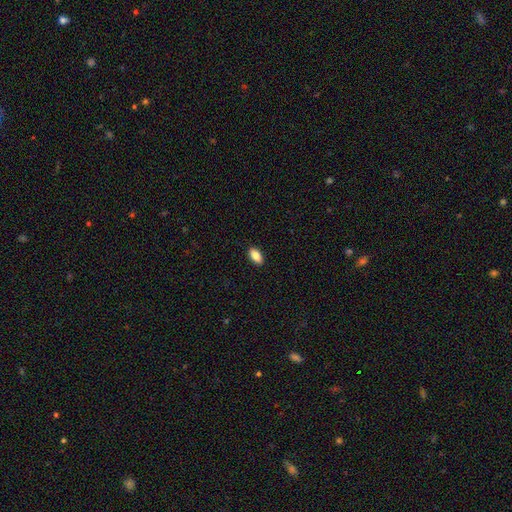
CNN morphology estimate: Smooth or featured: smooth — 85% (featured or disk — 7%)
How rounded: in between — 92% (cigar-shaped — 4%)
Merging: none — 90% (minor disturbance — 7%)